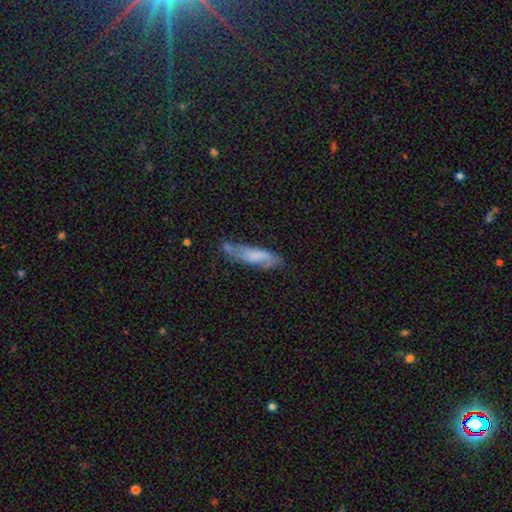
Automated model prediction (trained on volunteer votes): This appears to be a smooth galaxy with no disk features (62%) that is cigar-shaped (67%). Merging: none (55%).